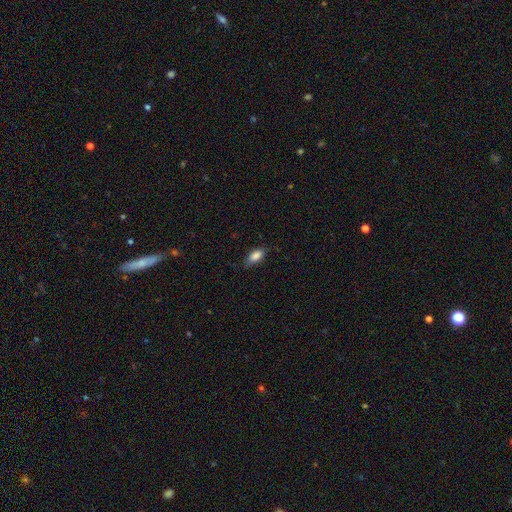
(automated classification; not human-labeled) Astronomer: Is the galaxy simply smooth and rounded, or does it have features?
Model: smooth — 84%.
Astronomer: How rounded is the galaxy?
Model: in between — 83%.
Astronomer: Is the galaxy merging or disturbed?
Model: none — 80%.